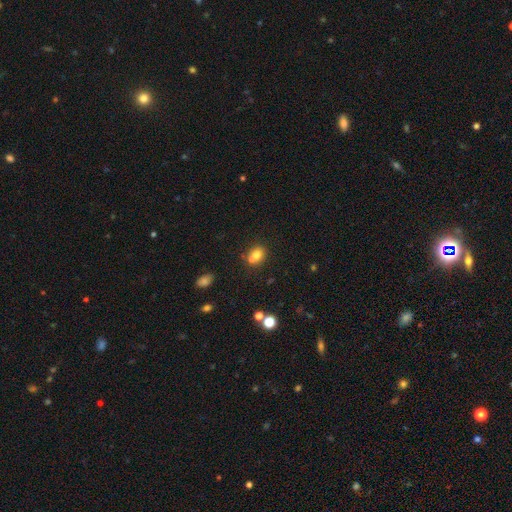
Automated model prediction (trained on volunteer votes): Overall: smooth (73%). How rounded: round (61%; in between 38%). Merging: merger (45%; none 42%).